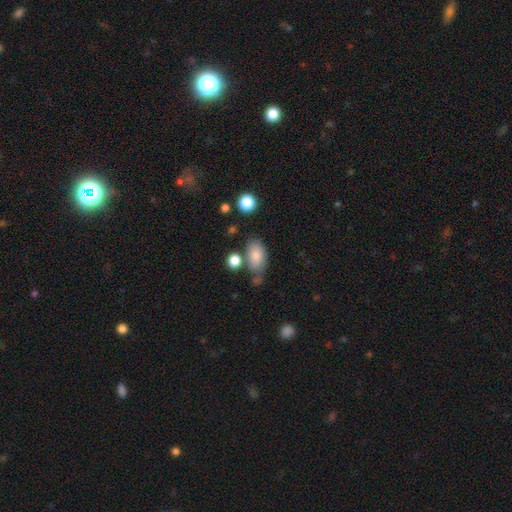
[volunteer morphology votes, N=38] Smooth or featured?
  - smooth: 76% *
  - featured or disk: 16%
  - star or artifact: 8%
How rounded?
  - in between: 93% *
  - round: 3%
  - cigar-shaped: 3%
Merging?
  - none: 74% *
  - minor disturbance: 11%
  - merger: 9%
  - major disturbance: 6%